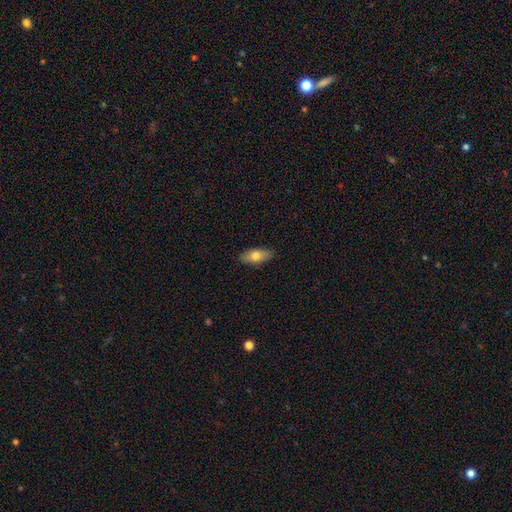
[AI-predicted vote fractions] The model was most divided on "smooth or featured": smooth: 75%, featured or disk: 18%, star or artifact: 7%. More confident: merging — none (88%); how rounded — in between (84%).